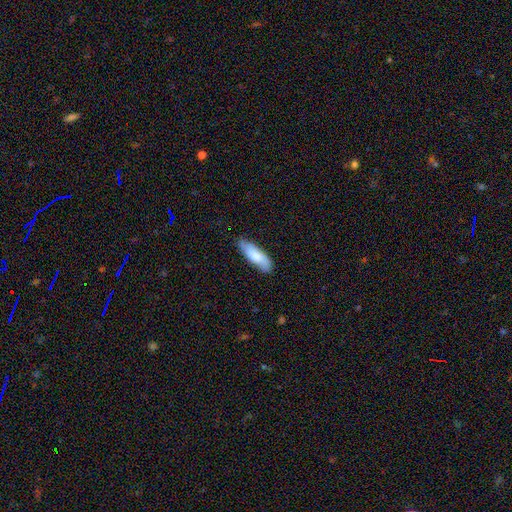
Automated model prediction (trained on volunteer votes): Smooth or featured: smooth — 79% (featured or disk — 16%)
How rounded: in between — 52% (cigar-shaped — 46%)
Merging: none — 78% (minor disturbance — 18%)